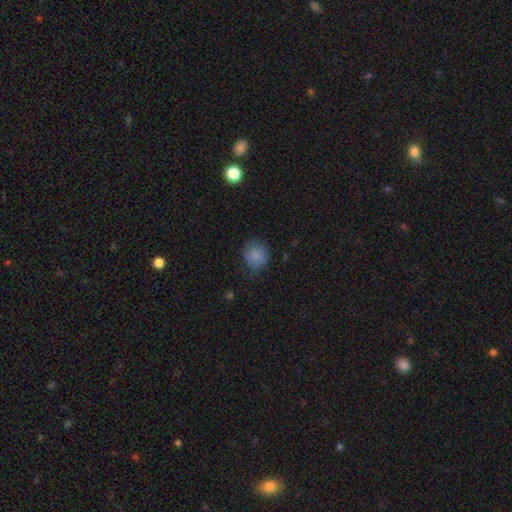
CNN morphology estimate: The model was most divided on "merging": none: 75%, minor disturbance: 18%, major disturbance: 5%, merger: 1%. More confident: smooth or featured — smooth (84%); how rounded — round (80%).